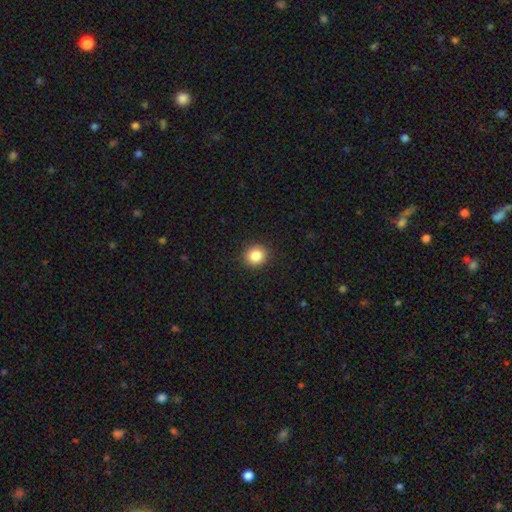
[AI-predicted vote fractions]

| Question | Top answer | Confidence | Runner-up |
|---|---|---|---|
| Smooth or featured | smooth | 85% | star or artifact (10%) |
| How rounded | round | 88% | in between (11%) |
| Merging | none | 92% | minor disturbance (5%) |